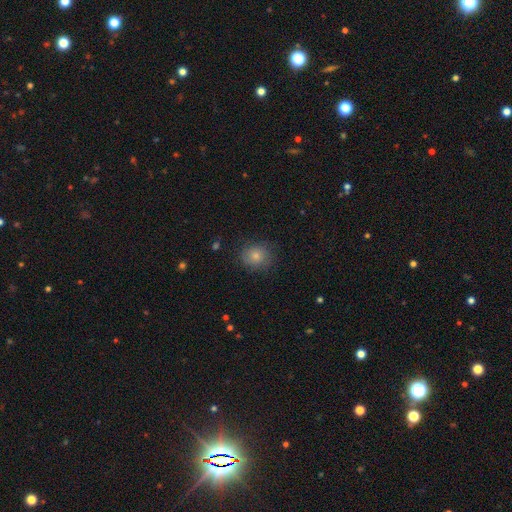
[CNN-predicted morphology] smooth 70%, star or artifact 16%, featured or disk 14%. Down the decision tree: how rounded — round (82%); merging — none (82%).